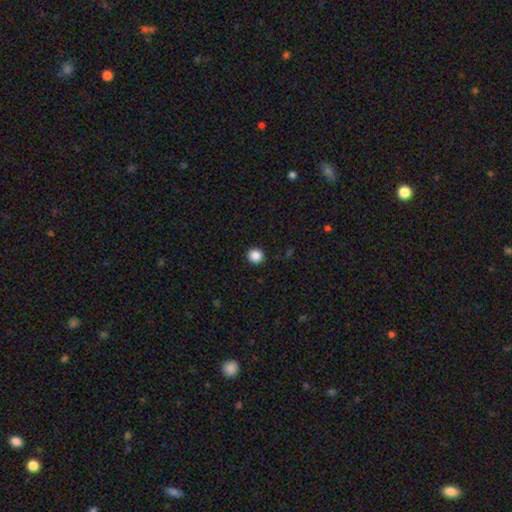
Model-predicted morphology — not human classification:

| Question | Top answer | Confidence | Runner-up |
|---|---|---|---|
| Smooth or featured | smooth | 87% | star or artifact (10%) |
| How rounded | round | 92% | in between (7%) |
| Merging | none | 93% | minor disturbance (5%) |